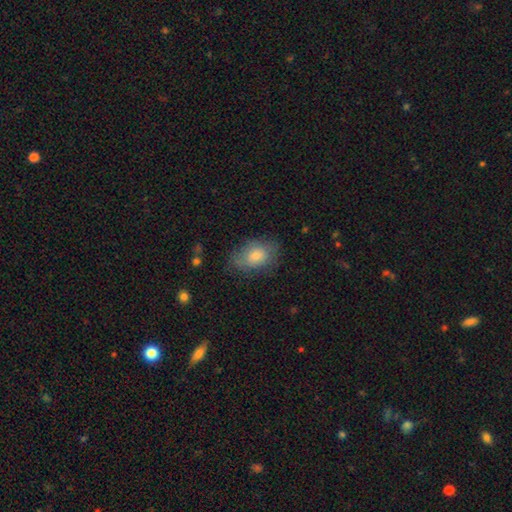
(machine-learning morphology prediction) Smooth or featured: smooth — 77% (featured or disk — 15%)
How rounded: in between — 84% (round — 14%)
Merging: none — 71% (minor disturbance — 21%)